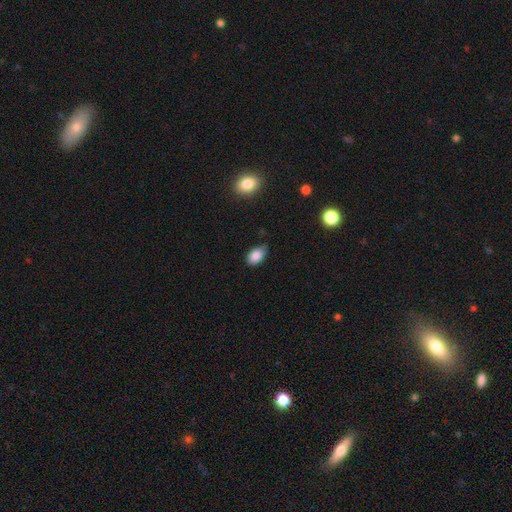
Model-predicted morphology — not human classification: Q: Smooth or featured?
A: smooth (86%); runner-up: star or artifact (9%)
Q: How rounded?
A: in between (88%); runner-up: round (11%)
Q: Merging?
A: none (61%); runner-up: minor disturbance (33%)